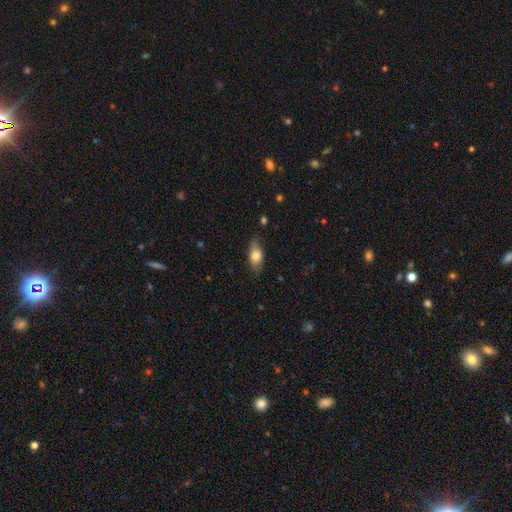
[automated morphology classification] The model was most divided on "merging": none: 77%, minor disturbance: 19%, major disturbance: 3%, merger: 1%. More confident: how rounded — in between (85%); smooth or featured — smooth (77%).